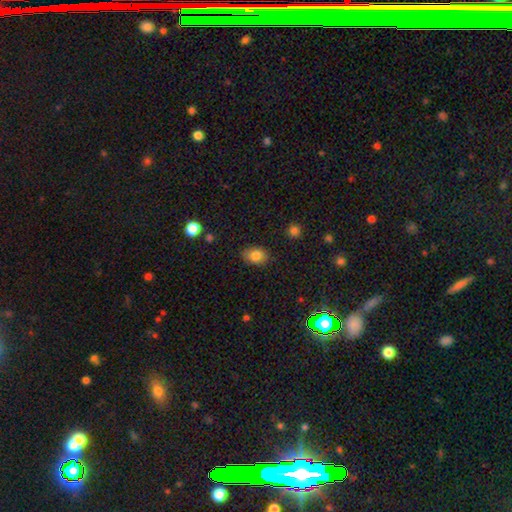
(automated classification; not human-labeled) This is clearly a smooth galaxy (82%). How rounded: likely in between (72%). Merging: clearly none (84%).